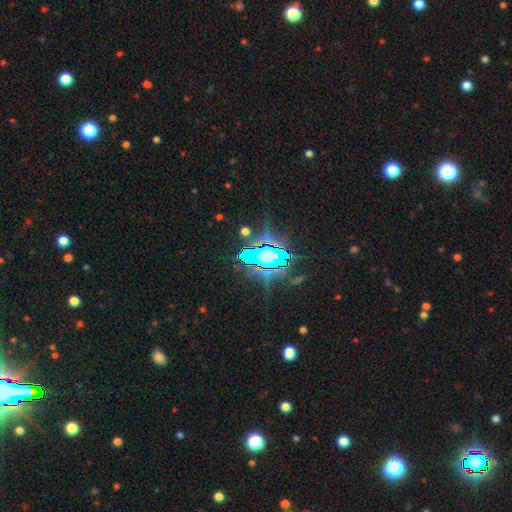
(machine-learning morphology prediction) Smooth or featured? star or artifact (62%)